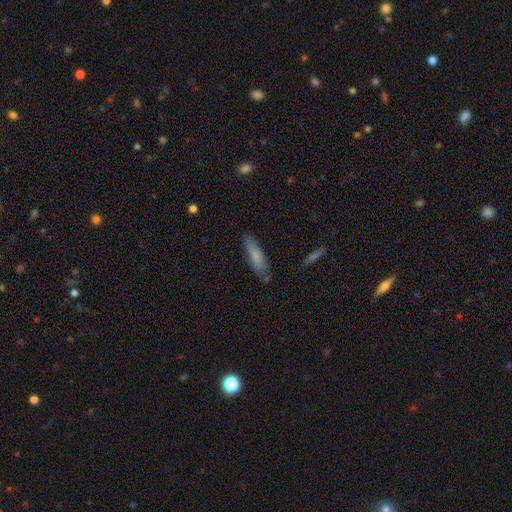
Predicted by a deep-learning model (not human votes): smooth_or_featured: smooth (p=0.77) [alt: featured or disk p=0.17]
how_rounded: cigar-shaped (p=0.68) [alt: in between p=0.31]
merging: none (p=0.76) [alt: minor disturbance p=0.17]